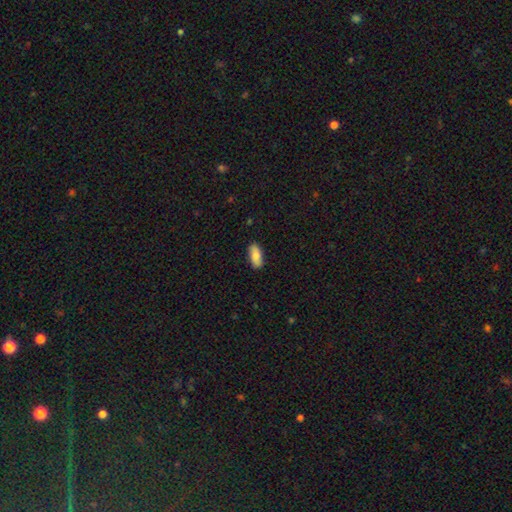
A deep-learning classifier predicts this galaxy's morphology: Smooth or featured? smooth (80%)
How rounded? in between (86%)
Merging? none (86%)